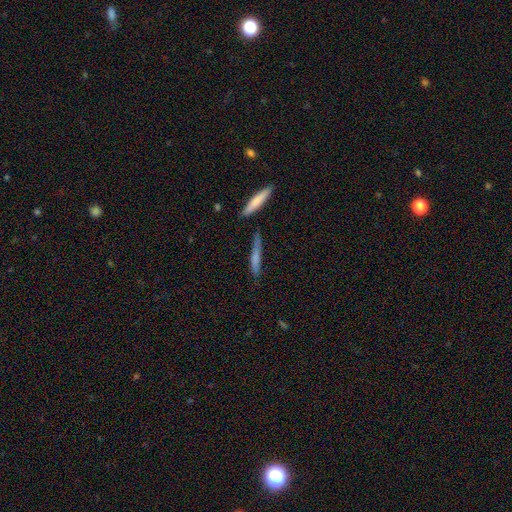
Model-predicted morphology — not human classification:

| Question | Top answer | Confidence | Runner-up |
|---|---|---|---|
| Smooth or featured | smooth | 60% | featured or disk (33%) |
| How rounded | cigar-shaped | 93% | in between (5%) |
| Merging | none | 77% | minor disturbance (14%) |